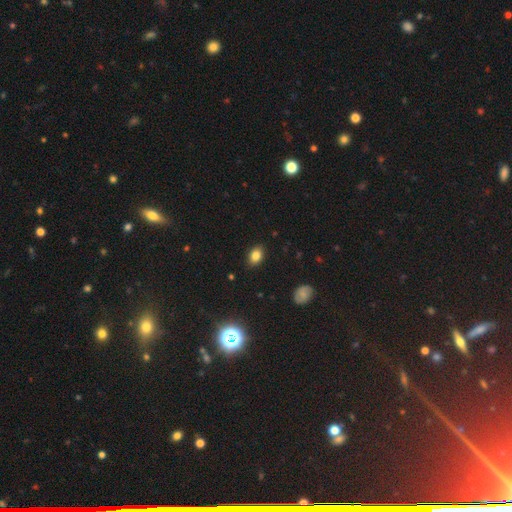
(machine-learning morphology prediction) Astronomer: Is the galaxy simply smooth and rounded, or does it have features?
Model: smooth — 83%.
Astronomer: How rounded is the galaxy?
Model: in between — 77%.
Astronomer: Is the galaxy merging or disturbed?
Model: none — 87%.